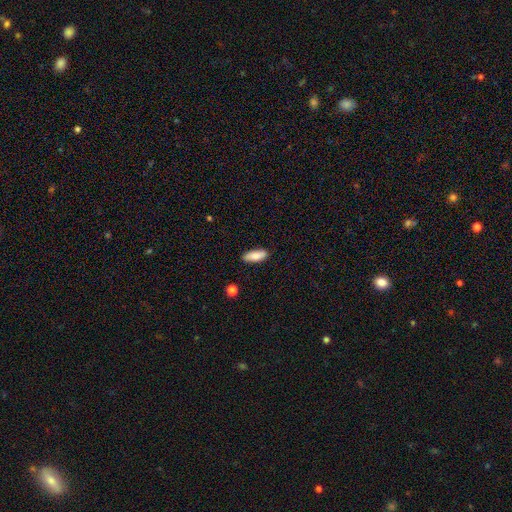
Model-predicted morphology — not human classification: Overall: smooth (82%). How rounded: in between (71%). Merging: none (87%).